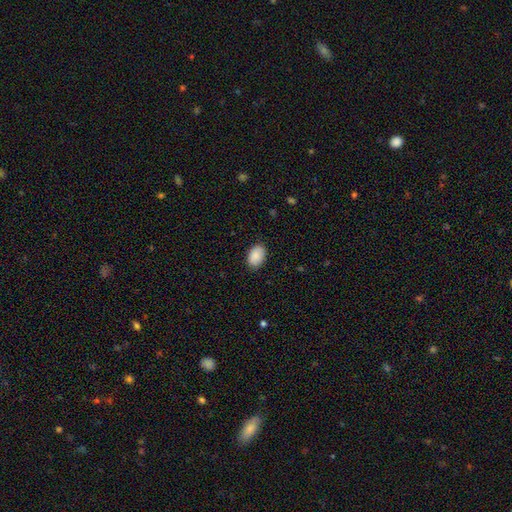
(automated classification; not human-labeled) A smooth galaxy with no disk features (90%) that is in between round and cigar-shaped (89%).

Vote fractions:
- Smooth or featured? smooth: 90% / star or artifact: 6% / featured or disk: 3%
- How rounded? in between: 89% / round: 9% / cigar-shaped: 1%
- Merging? none: 88% / minor disturbance: 9% / major disturbance: 2% / merger: 1%